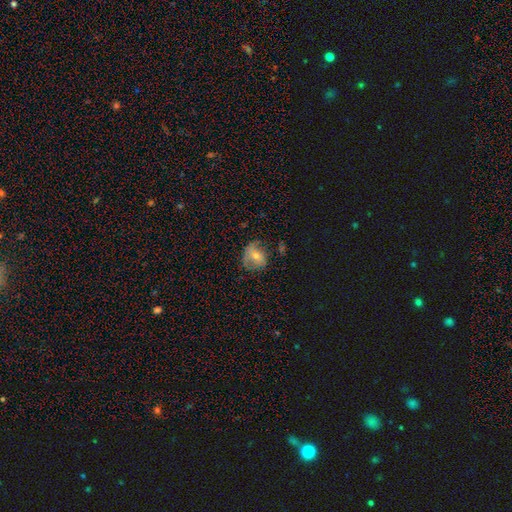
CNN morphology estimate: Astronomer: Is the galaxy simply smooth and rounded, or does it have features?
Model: smooth — 45% (runner-up: featured or disk, 42%).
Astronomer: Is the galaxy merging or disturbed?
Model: none — 56%.